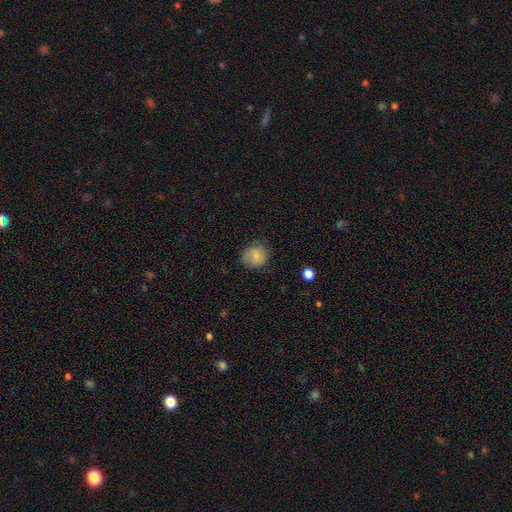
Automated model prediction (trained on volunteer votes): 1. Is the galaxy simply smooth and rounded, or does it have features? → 80% smooth, 11% featured or disk, 8% star or artifact.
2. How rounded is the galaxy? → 81% round, 18% in between, 1% cigar-shaped.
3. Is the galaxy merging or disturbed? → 74% none, 19% minor disturbance, 5% major disturbance, 1% merger.